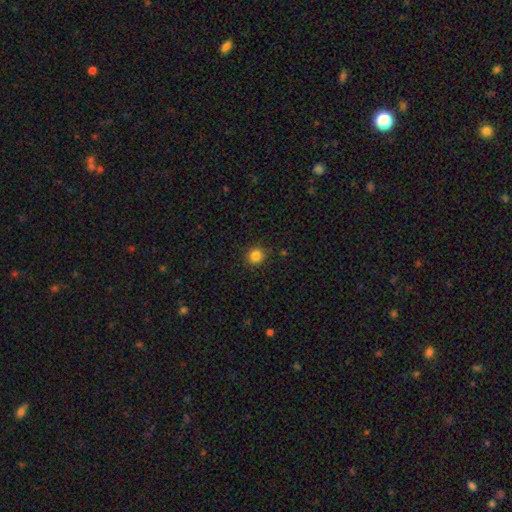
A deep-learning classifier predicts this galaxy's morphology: This is clearly a smooth galaxy (85%). How rounded: clearly round (90%). Merging: clearly none (88%).